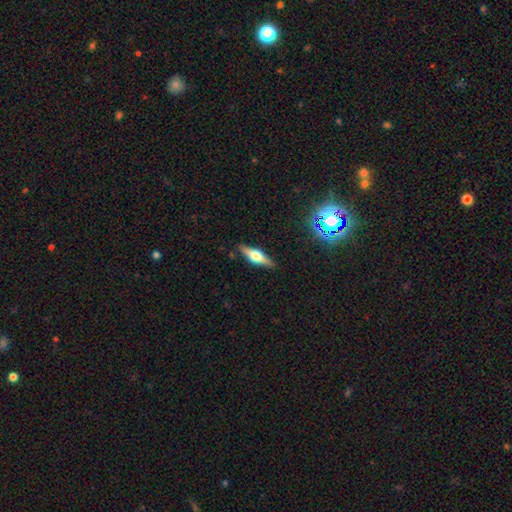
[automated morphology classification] A featured or disk galaxy (59%) viewed edge-on (94%) with a rounded central bulge (93%). Merging: none (88%).